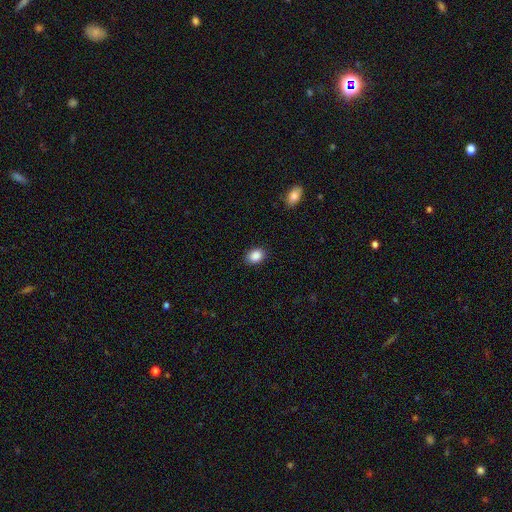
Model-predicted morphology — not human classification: smooth_or_featured: smooth (p=0.88) [alt: star or artifact p=0.09]
how_rounded: in between (p=0.65) [alt: round p=0.34]
merging: none (p=0.88) [alt: minor disturbance p=0.09]